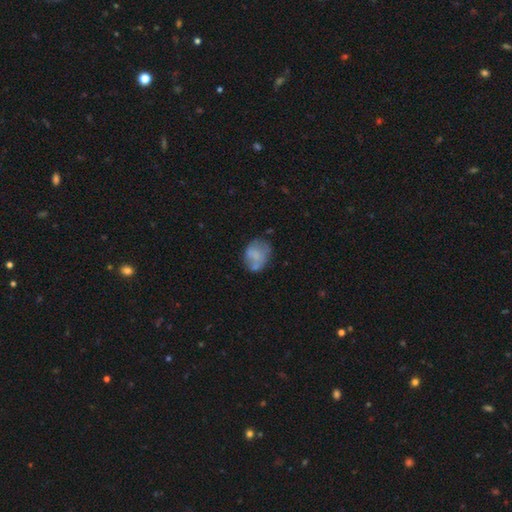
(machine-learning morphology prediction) A smooth galaxy with no disk features (60%) that is in between round and cigar-shaped (54%). Merging: none (48%).